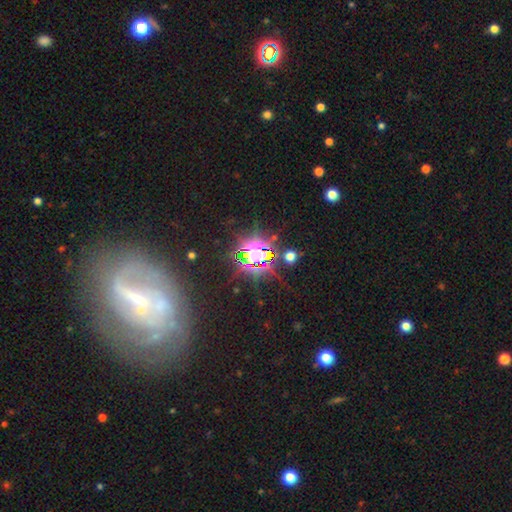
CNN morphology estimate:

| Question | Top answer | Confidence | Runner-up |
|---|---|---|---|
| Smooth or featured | star or artifact | 48% | featured or disk (34%) |